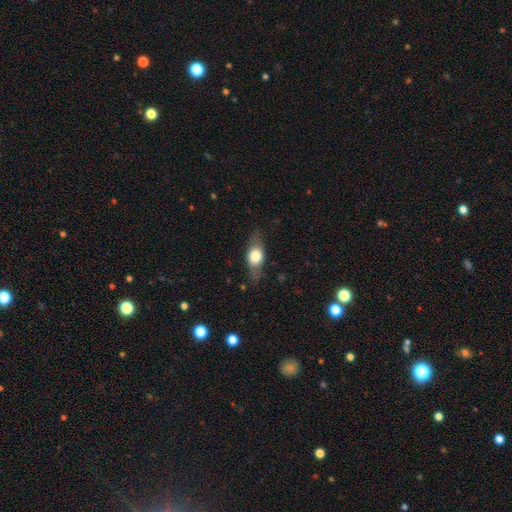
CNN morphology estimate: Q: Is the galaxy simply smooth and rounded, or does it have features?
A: smooth — 57%.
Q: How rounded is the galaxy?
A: in between — 68%.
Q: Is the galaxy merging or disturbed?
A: none — 75%.